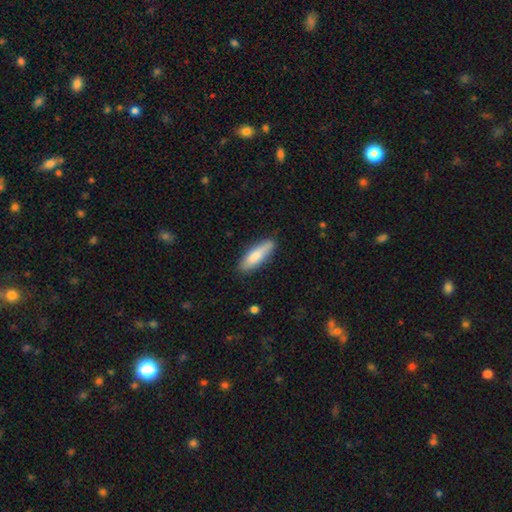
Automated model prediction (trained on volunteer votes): Overall: smooth (80%). How rounded: cigar-shaped (55%; in between 43%). Merging: none (80%).